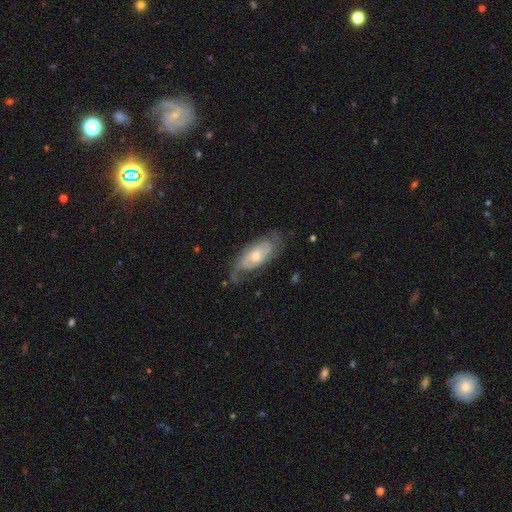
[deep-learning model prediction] featured or disk 77%, smooth 18%, star or artifact 5%. Down the decision tree: edge-on disk — no (91%); bar — no (71%); spiral arms — yes (89%); spiral arm count — 2 (55%); spiral winding — tight (43%); bulge size — moderate (52%); merging — none (64%).